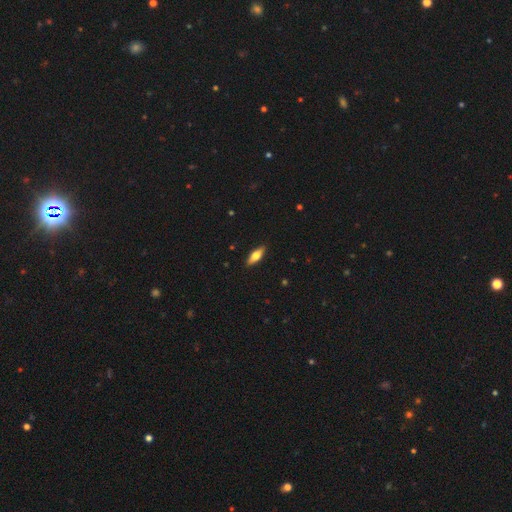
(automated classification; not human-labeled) Smooth or featured: smooth — 61% (featured or disk — 33%)
How rounded: in between — 62% (cigar-shaped — 35%)
Merging: none — 89% (minor disturbance — 8%)